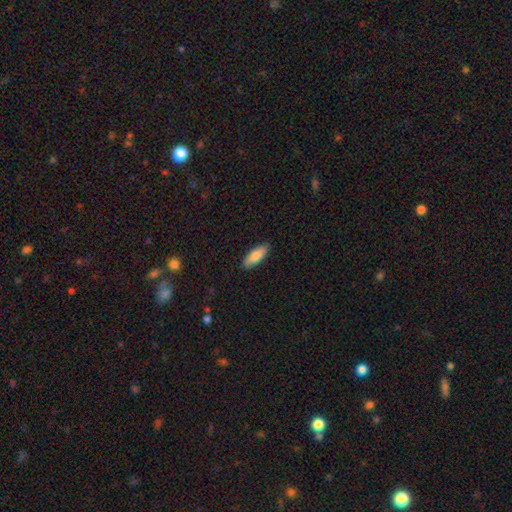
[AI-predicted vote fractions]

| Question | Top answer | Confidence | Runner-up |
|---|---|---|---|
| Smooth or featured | smooth | 85% | featured or disk (10%) |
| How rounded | in between | 68% | cigar-shaped (30%) |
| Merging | none | 87% | minor disturbance (10%) |